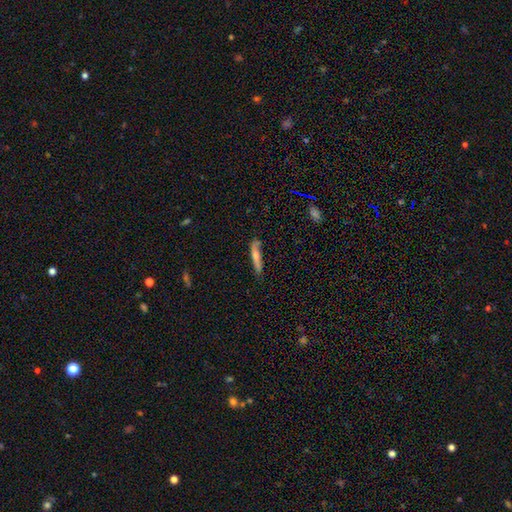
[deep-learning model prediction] Overall: featured or disk (46%, tied with smooth). Merging: none (73%).